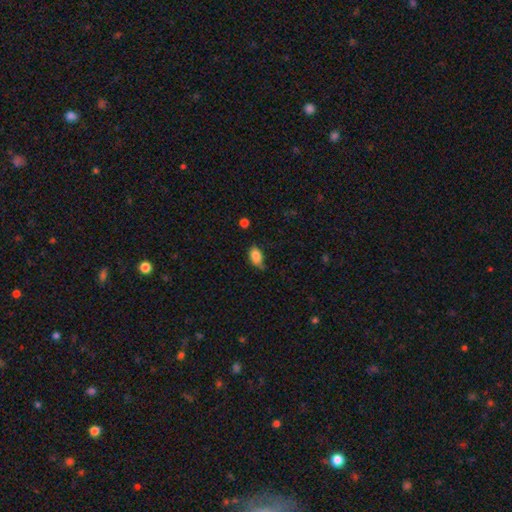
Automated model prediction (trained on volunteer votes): smooth 84%, star or artifact 8%, featured or disk 8%. Down the decision tree: how rounded — in between (89%); merging — none (61%).